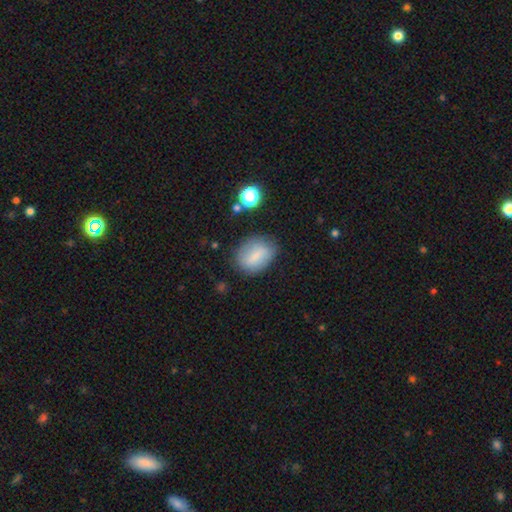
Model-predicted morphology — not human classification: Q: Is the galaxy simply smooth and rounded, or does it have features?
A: smooth — 74%.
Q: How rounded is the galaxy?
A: in between — 71%.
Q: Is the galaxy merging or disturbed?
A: none — 71%.